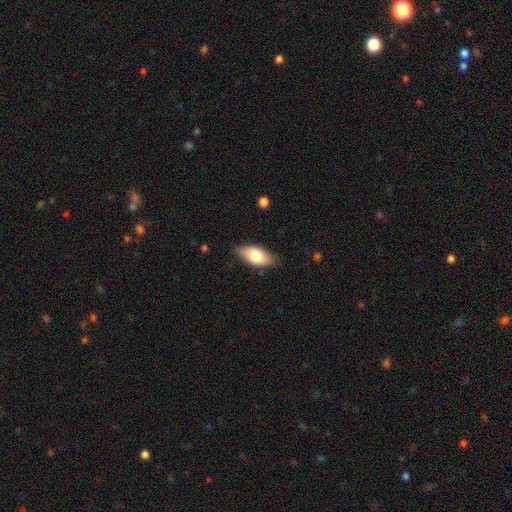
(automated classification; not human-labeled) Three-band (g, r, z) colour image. It shows a smooth galaxy with no disk features (74%) that is in between round and cigar-shaped (90%). Merging: none (81%).